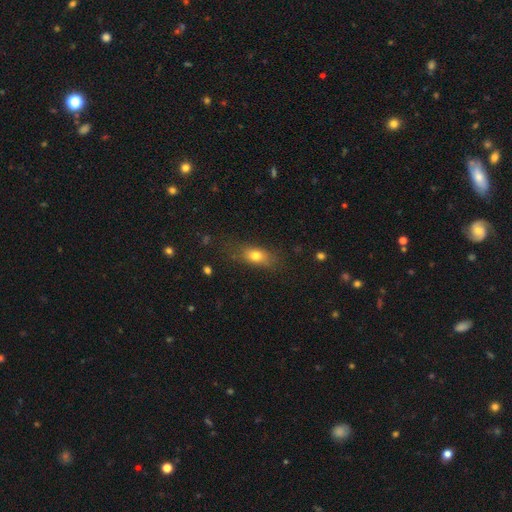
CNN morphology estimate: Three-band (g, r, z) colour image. It shows a smooth galaxy with no disk features (75%) that is in between round and cigar-shaped (73%). Merging: none (69%).